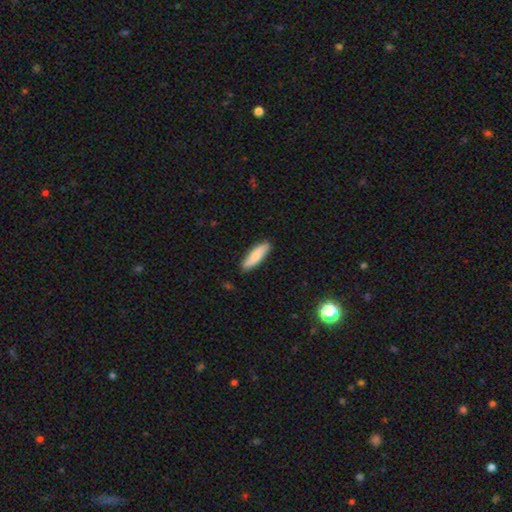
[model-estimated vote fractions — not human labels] smooth-or-featured: smooth: 77% | featured or disk: 18% | star or artifact: 6%
  how-rounded: cigar-shaped: 61% | in between: 37% | round: 2%
  merging: none: 86% | minor disturbance: 11% | major disturbance: 2% | merger: 1%